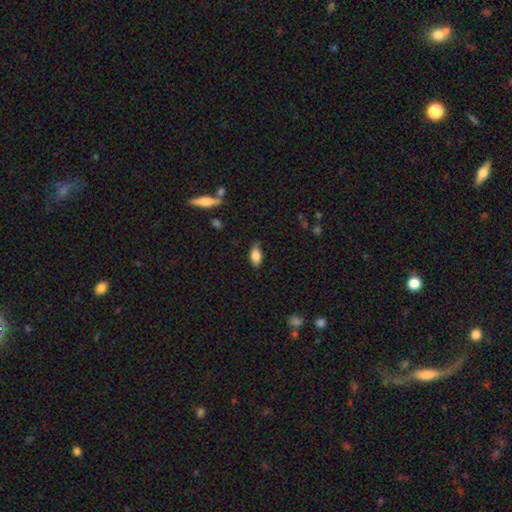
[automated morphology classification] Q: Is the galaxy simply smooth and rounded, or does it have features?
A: smooth — 84%.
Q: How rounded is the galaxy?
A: in between — 91%.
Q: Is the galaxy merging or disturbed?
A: none — 71%.